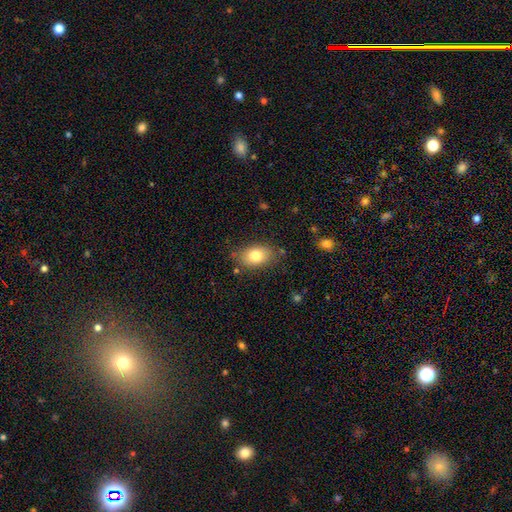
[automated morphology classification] Q: Smooth or featured?
A: smooth (79%); runner-up: featured or disk (13%)
Q: How rounded?
A: in between (83%); runner-up: round (15%)
Q: Merging?
A: none (79%); runner-up: minor disturbance (15%)